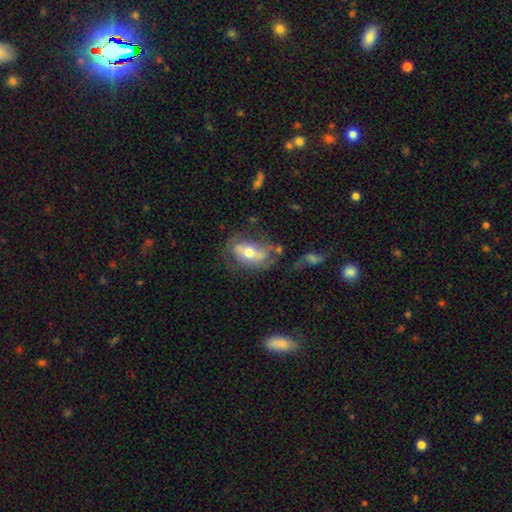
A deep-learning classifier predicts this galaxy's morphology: type=featured or disk (50%); merging=none (51%).